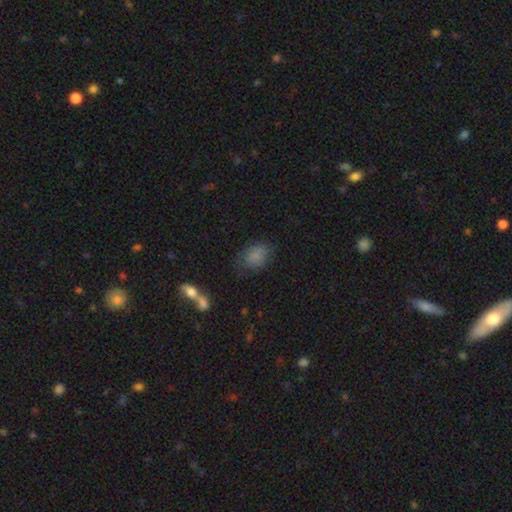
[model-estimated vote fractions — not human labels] Smooth or featured: smooth — 83% (star or artifact — 10%)
How rounded: in between — 76% (round — 22%)
Merging: none — 71% (minor disturbance — 18%)